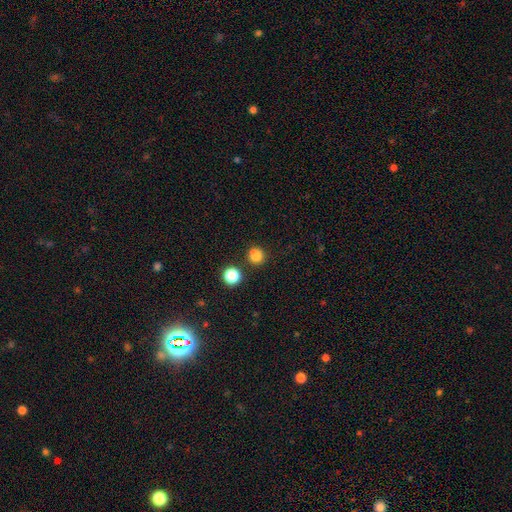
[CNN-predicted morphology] type=smooth (80%); roundness=round (89%); merging=none (71%).